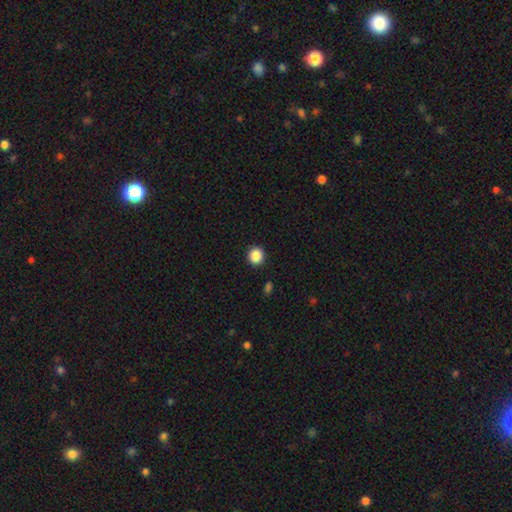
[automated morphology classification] A smooth galaxy with no disk features (88%) that is round (89%). Merging: none (92%).